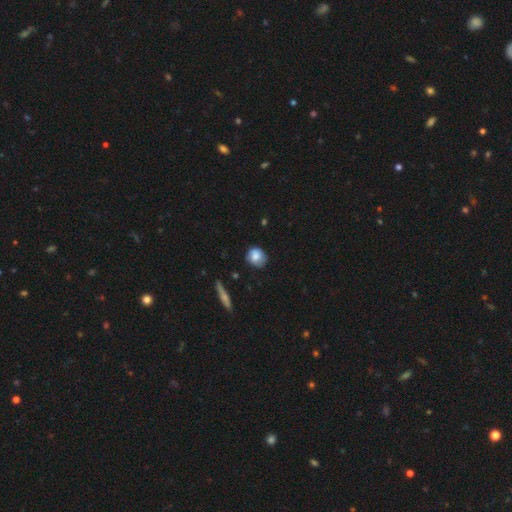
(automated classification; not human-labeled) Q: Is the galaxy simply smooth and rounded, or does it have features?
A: smooth — 76%.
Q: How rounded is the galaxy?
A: round — 81%.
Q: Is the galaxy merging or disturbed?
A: none — 75%.